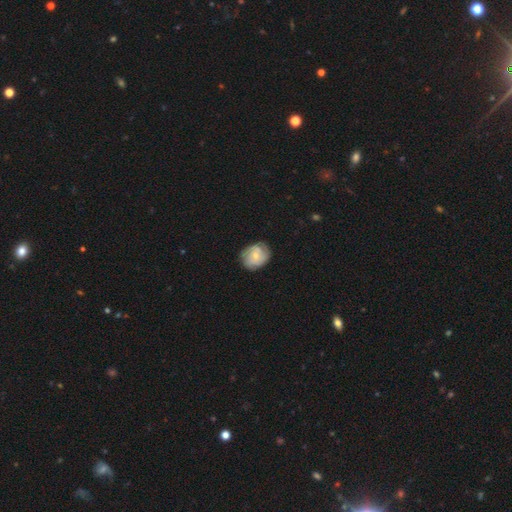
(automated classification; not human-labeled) Smooth or featured?
  - featured or disk: 51% *
  - smooth: 42%
  - star or artifact: 7%
Edge-on disk?
  - no: 97% *
  - yes: 3%
Merging?
  - none: 73% *
  - minor disturbance: 20%
  - major disturbance: 5%
  - merger: 1%